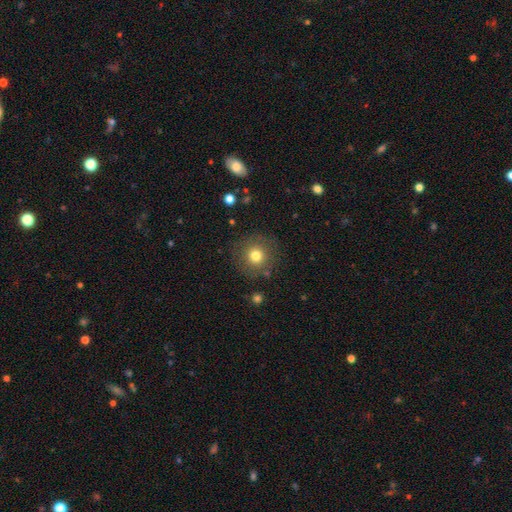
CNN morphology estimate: This is likely a smooth galaxy (76%). How rounded: clearly round (94%). Merging: clearly none (86%).